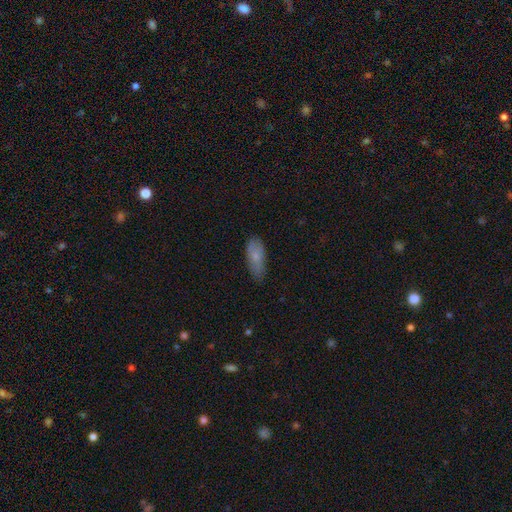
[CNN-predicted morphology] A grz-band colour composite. It shows a smooth galaxy with no disk features (75%) that is in between round and cigar-shaped (78%). Merging: none (71%).